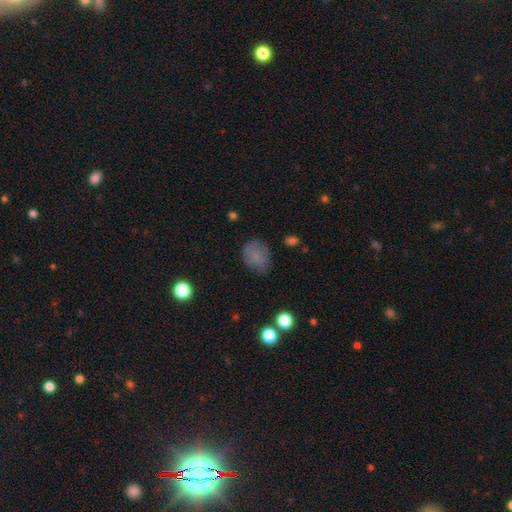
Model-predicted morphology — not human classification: This is likely a smooth galaxy (75%). How rounded: possibly round (50%). Merging: likely none (66%).